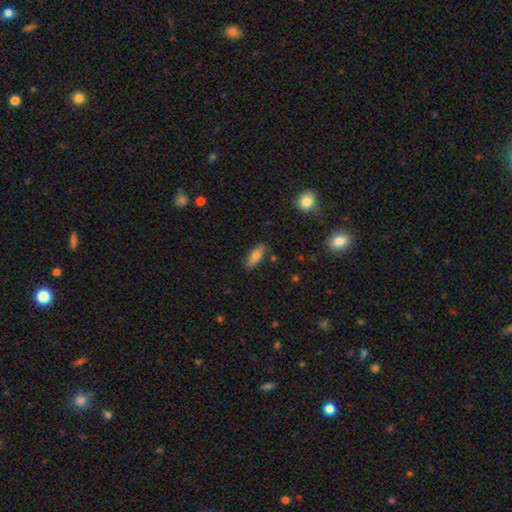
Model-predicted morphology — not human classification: Overall: smooth (72%). How rounded: in between (71%). Merging: none (83%).